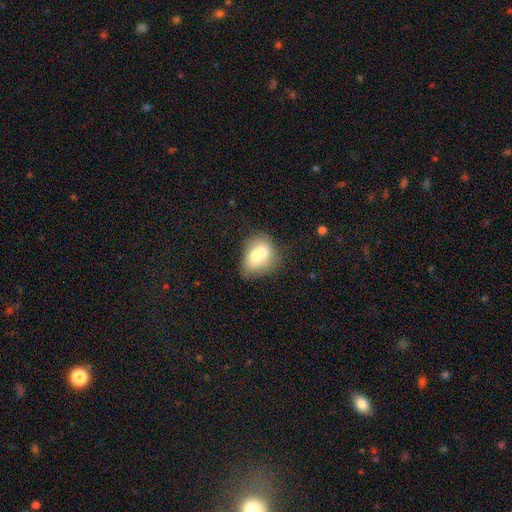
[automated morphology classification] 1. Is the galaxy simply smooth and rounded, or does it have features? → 71% smooth, 20% featured or disk, 9% star or artifact.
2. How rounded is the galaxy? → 69% in between, 30% round, 2% cigar-shaped.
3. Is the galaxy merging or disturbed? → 36% none, 35% merger, 20% minor disturbance, 9% major disturbance.